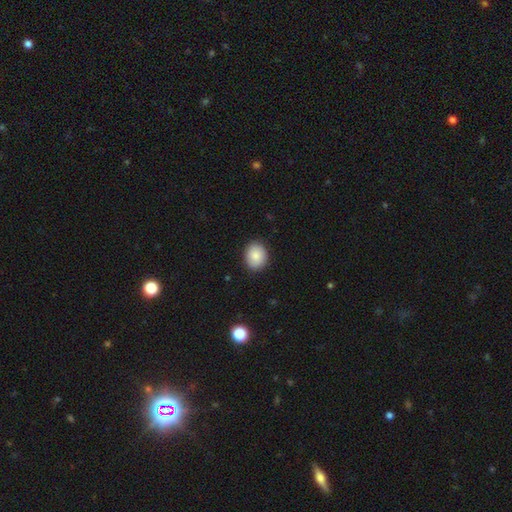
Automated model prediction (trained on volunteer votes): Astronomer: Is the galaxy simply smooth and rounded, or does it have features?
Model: smooth — 86%.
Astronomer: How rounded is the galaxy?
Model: round — 52% (runner-up: in between, 48%).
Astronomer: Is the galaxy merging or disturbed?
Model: none — 89%.